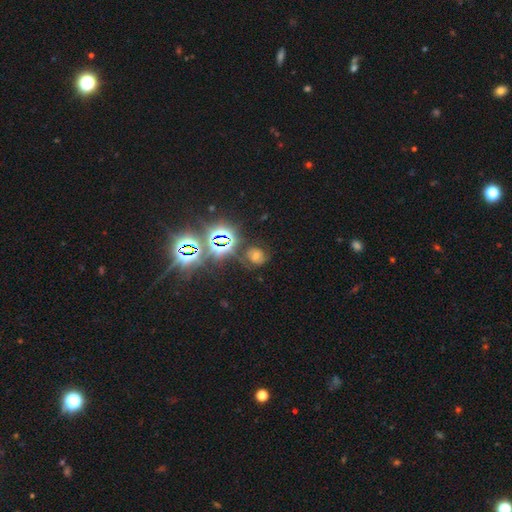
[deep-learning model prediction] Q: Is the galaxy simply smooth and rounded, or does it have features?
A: star or artifact — 51%.